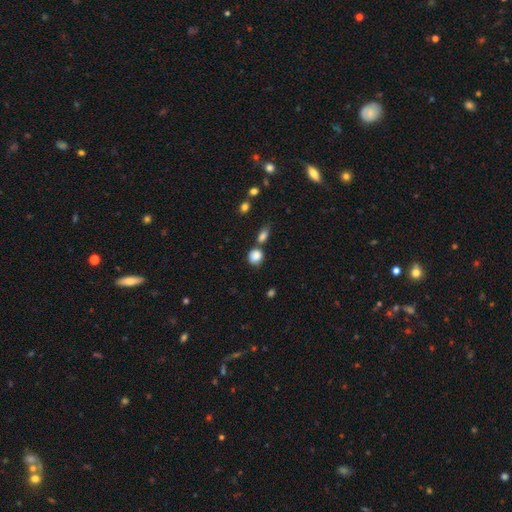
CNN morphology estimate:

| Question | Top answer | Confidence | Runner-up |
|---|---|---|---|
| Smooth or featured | smooth | 85% | star or artifact (10%) |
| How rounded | round | 75% | in between (23%) |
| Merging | none | 56% | merger (22%) |